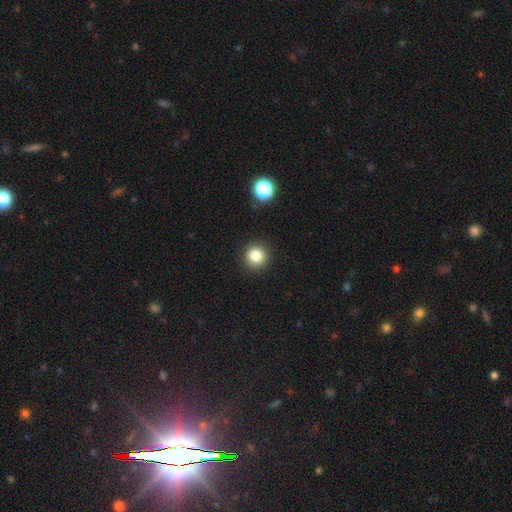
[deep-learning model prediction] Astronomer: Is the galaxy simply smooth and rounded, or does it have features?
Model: smooth — 83%.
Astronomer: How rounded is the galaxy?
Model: round — 94%.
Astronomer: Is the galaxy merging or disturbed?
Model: none — 91%.